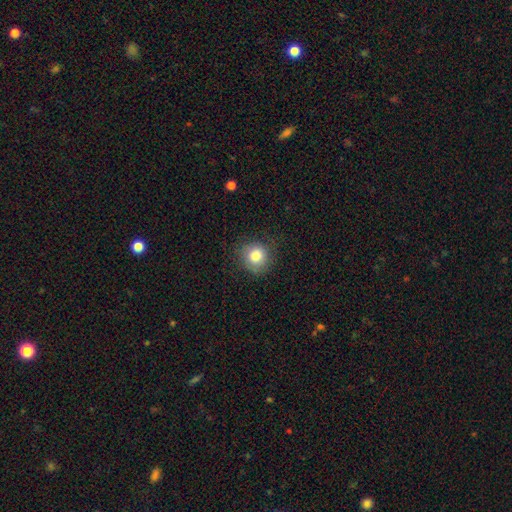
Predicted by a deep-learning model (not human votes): smooth 83%, star or artifact 9%, featured or disk 8%. Down the decision tree: how rounded — round (88%); merging — none (77%).